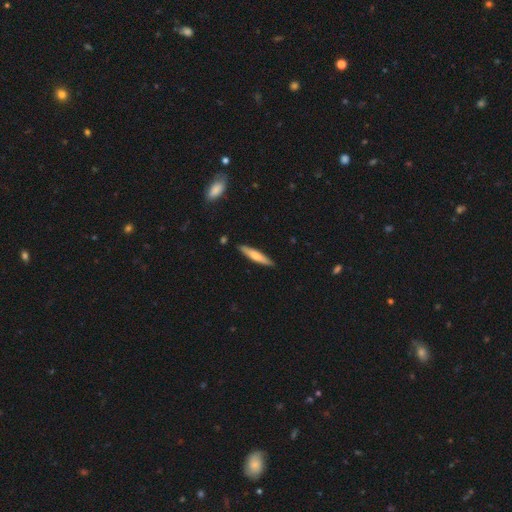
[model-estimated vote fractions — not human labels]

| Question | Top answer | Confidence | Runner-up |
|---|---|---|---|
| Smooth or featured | smooth | 62% | featured or disk (33%) |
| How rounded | cigar-shaped | 90% | in between (9%) |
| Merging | none | 88% | minor disturbance (9%) |